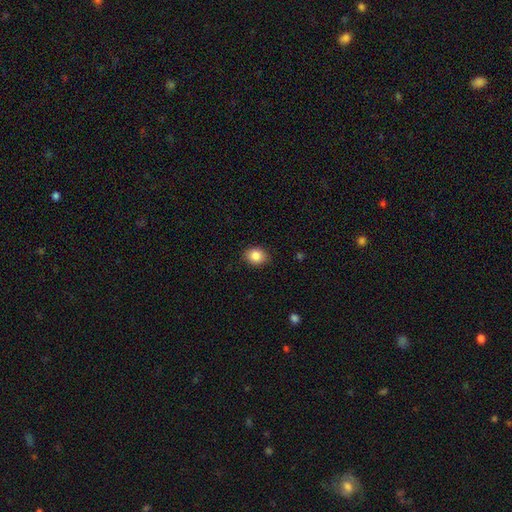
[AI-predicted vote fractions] smooth-or-featured: smooth: 86% | star or artifact: 9% | featured or disk: 6%
  how-rounded: in between: 57% | round: 42% | cigar-shaped: 1%
  merging: none: 87% | minor disturbance: 10% | major disturbance: 2% | merger: 1%